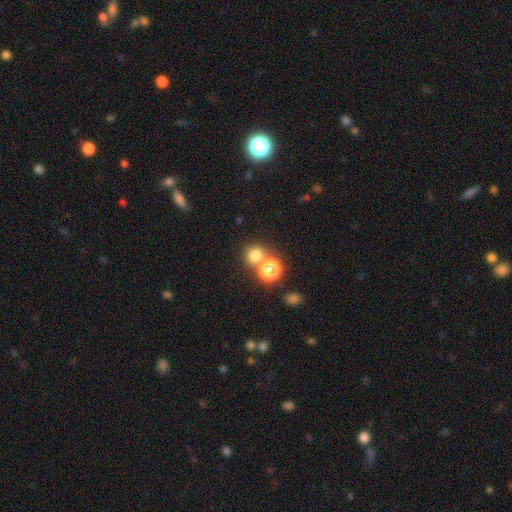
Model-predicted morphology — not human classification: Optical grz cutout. It shows a smooth galaxy with no disk features (73%) that is round (87%). Merging: none (63%).